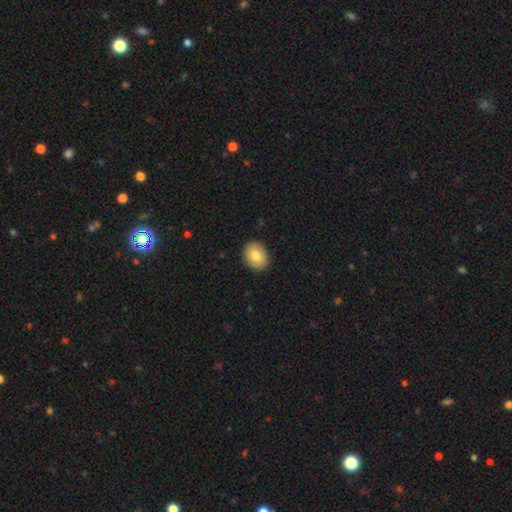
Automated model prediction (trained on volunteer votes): Smooth or featured? smooth (80%)
How rounded? in between (58%)
Merging? none (90%)